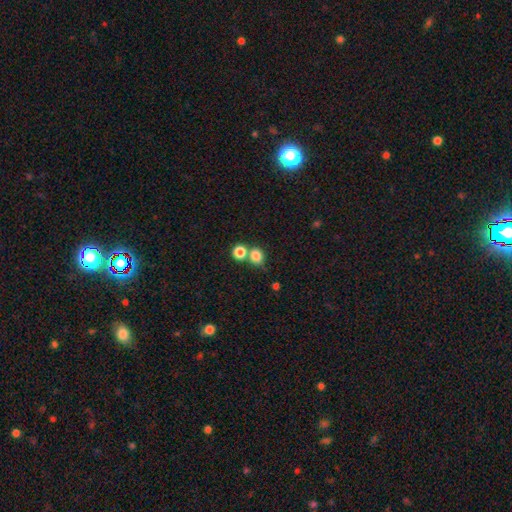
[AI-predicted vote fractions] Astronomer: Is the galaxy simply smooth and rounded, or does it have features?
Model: smooth — 81%.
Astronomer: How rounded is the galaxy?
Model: round — 77%.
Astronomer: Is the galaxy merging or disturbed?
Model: none — 54% (runner-up: merger, 33%).